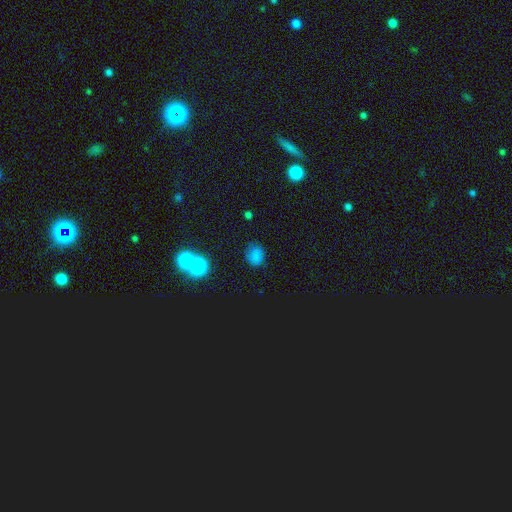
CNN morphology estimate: Smooth or featured?
  - smooth: 72% *
  - star or artifact: 21%
  - featured or disk: 7%
How rounded?
  - round: 56% *
  - in between: 43%
  - cigar-shaped: 1%
Merging?
  - none: 75% *
  - minor disturbance: 17%
  - major disturbance: 5%
  - merger: 3%